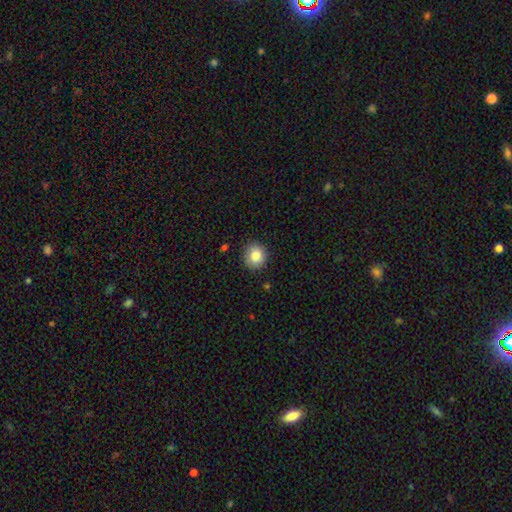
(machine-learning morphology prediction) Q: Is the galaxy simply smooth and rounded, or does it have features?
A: smooth — 85%.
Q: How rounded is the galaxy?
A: round — 84%.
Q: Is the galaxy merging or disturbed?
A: none — 87%.